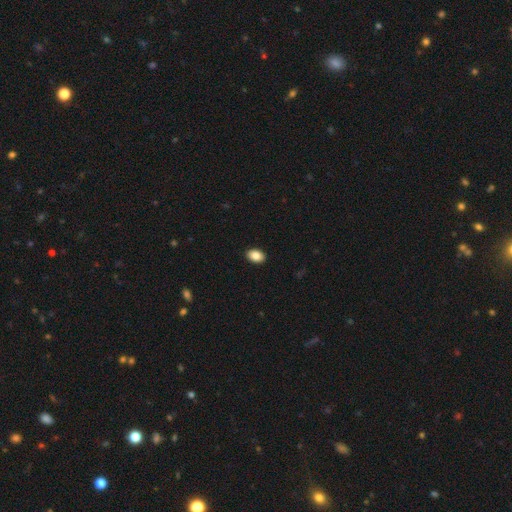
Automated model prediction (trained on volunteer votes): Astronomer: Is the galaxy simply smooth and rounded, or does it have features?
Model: smooth — 86%.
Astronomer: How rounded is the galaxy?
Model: in between — 83%.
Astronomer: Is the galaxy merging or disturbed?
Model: none — 91%.